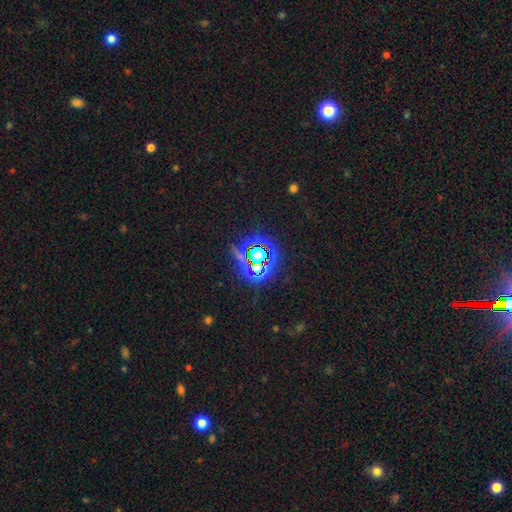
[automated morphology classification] Smooth or featured: star or artifact — 72% (smooth — 16%)